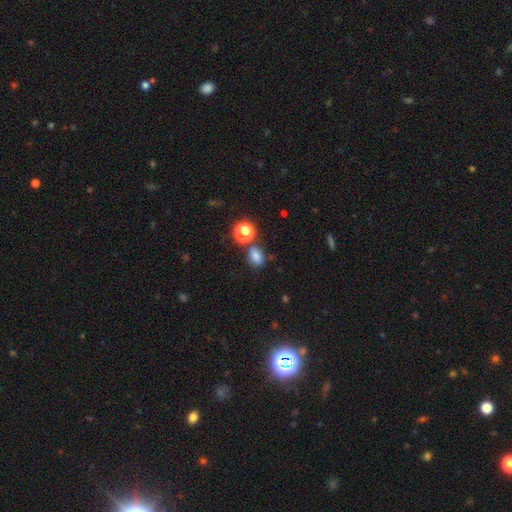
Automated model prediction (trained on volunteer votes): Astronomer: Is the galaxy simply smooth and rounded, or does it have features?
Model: smooth — 79%.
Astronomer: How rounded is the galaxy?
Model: in between — 68%.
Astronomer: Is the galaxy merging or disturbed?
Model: none — 71%.